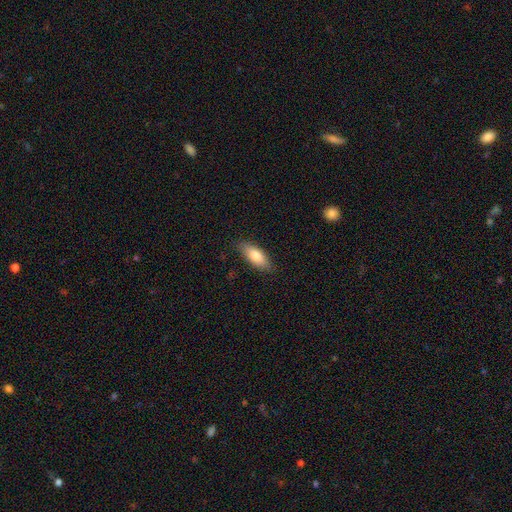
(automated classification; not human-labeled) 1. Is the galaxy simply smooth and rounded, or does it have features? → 80% smooth, 14% featured or disk, 6% star or artifact.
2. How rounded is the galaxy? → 73% in between, 25% cigar-shaped, 2% round.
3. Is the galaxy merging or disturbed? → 85% none, 12% minor disturbance, 2% major disturbance, 1% merger.